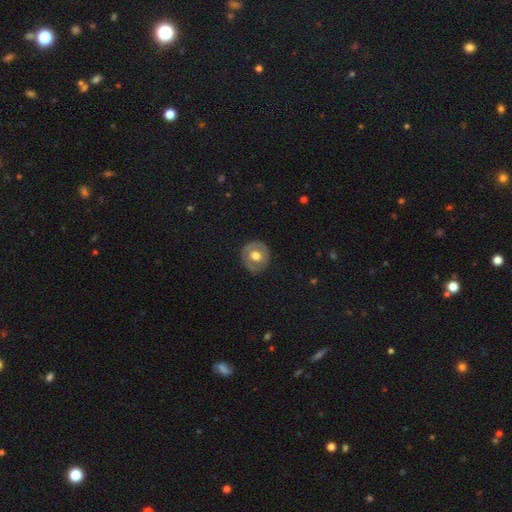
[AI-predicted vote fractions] Smooth or featured? Predicted: smooth (p=0.48). Merging? Predicted: none (p=0.82).